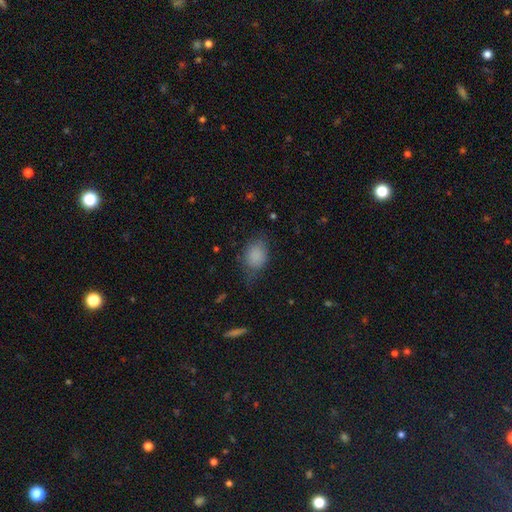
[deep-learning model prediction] A smooth galaxy with no disk features (84%) that is in between round and cigar-shaped (67%). Merging: none (58%).